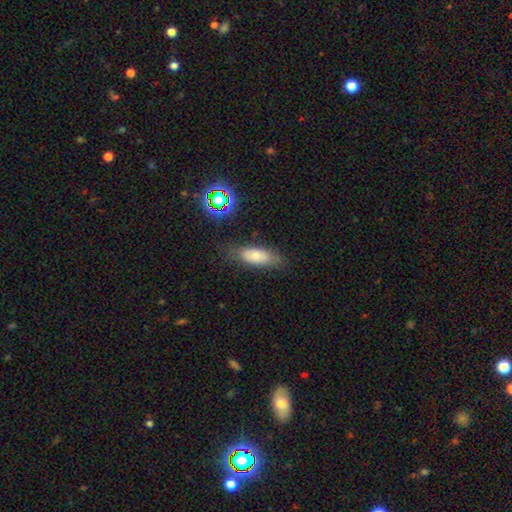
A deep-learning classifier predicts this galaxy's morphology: Overall: smooth (74%). How rounded: in between (72%). Merging: none (69%).